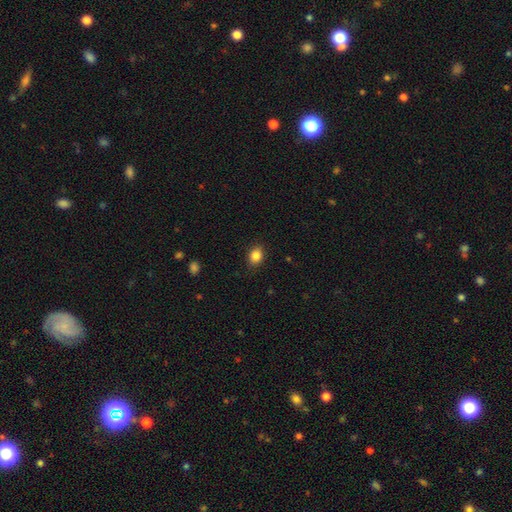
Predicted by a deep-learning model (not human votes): The model was most divided on "how rounded": in between: 57%, round: 42%, cigar-shaped: 1%. More confident: merging — none (86%); smooth or featured — smooth (86%).